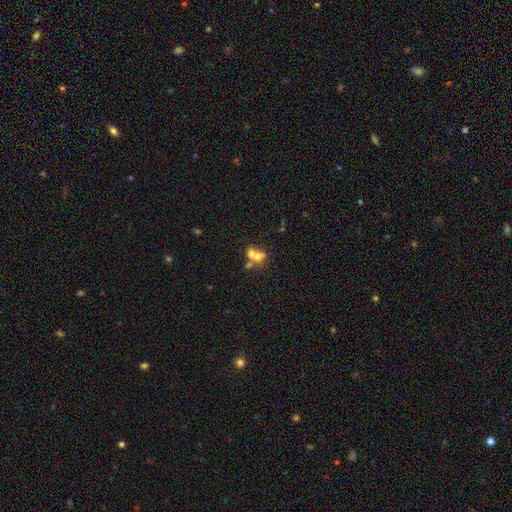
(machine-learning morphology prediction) A smooth galaxy with no disk features (58%) that is round (63%). Merging: merger (65%).